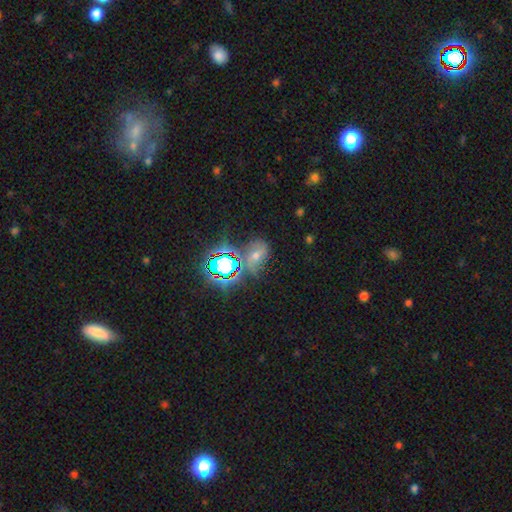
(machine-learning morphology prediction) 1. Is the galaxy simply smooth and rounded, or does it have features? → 43% star or artifact, 30% smooth, 28% featured or disk.